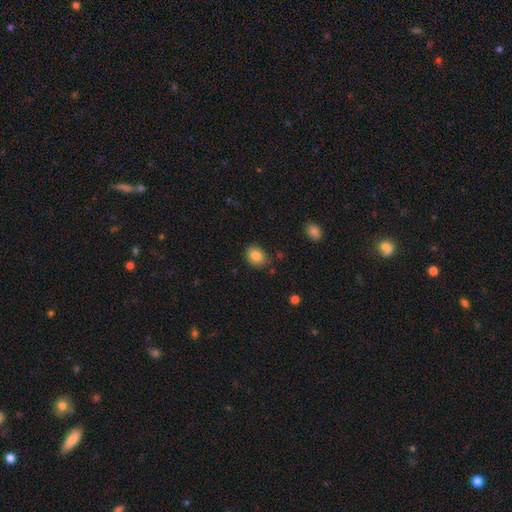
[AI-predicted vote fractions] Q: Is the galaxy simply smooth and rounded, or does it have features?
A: smooth — 86%.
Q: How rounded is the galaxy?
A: round — 50%.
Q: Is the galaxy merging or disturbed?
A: none — 78%.